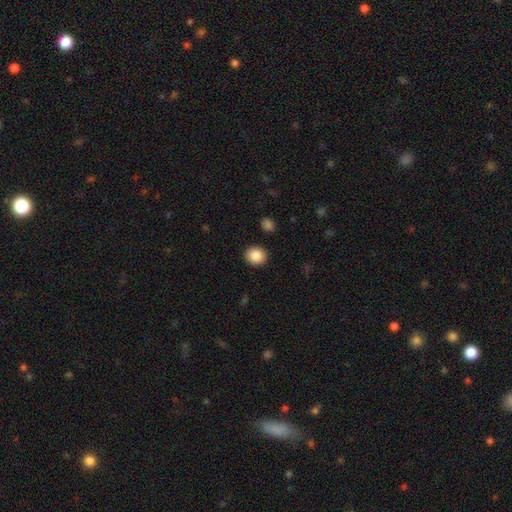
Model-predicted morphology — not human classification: Q: Smooth or featured?
A: smooth (87%); runner-up: star or artifact (8%)
Q: How rounded?
A: round (78%); runner-up: in between (21%)
Q: Merging?
A: none (91%); runner-up: minor disturbance (6%)